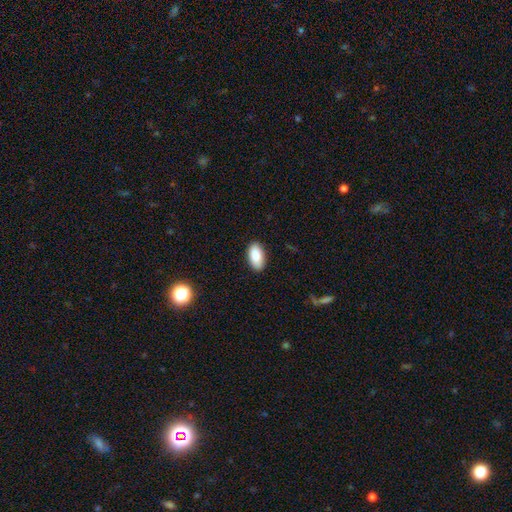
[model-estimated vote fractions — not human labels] Q: Smooth or featured?
A: smooth (88%); runner-up: star or artifact (7%)
Q: How rounded?
A: in between (94%); runner-up: cigar-shaped (3%)
Q: Merging?
A: none (88%); runner-up: minor disturbance (9%)